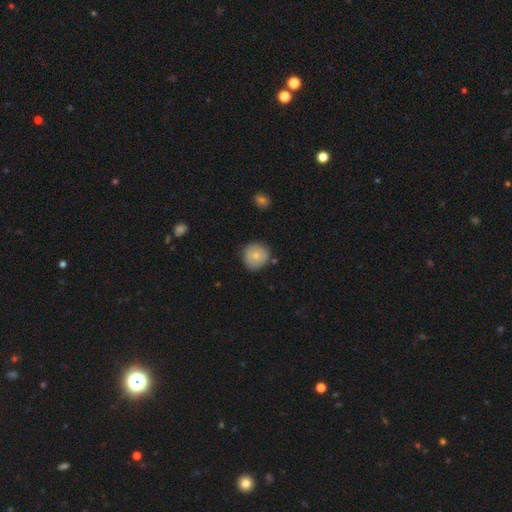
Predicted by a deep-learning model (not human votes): Morphology: type=smooth (69%); roundness=round (92%); merging=none (79%).